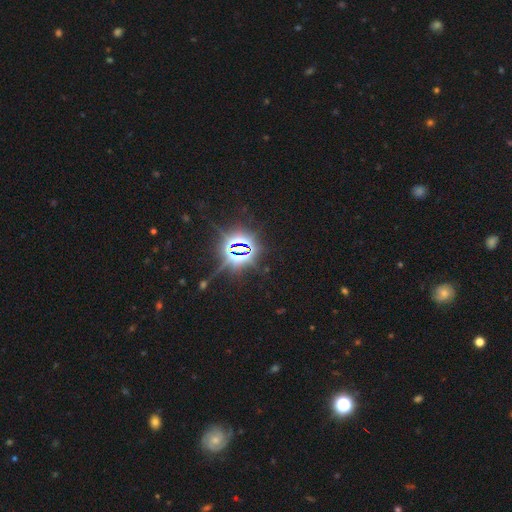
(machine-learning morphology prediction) star or artifact 84%, smooth 10%, featured or disk 6%.